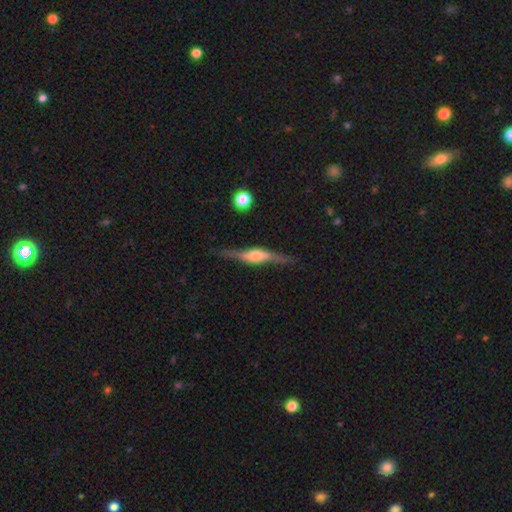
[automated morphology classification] featured or disk 80%, smooth 15%, star or artifact 5%. Down the decision tree: edge-on disk — yes (95%); edge-on bulge — rounded (84%); merging — none (82%).